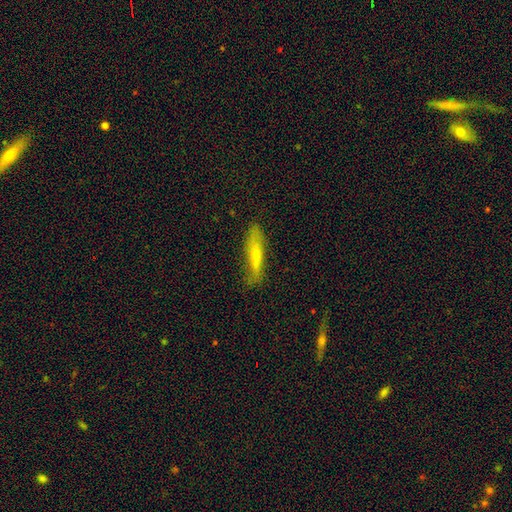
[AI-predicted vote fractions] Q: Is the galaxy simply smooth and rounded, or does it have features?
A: smooth — 61%.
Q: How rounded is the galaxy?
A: cigar-shaped — 83%.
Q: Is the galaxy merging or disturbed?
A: none — 79%.